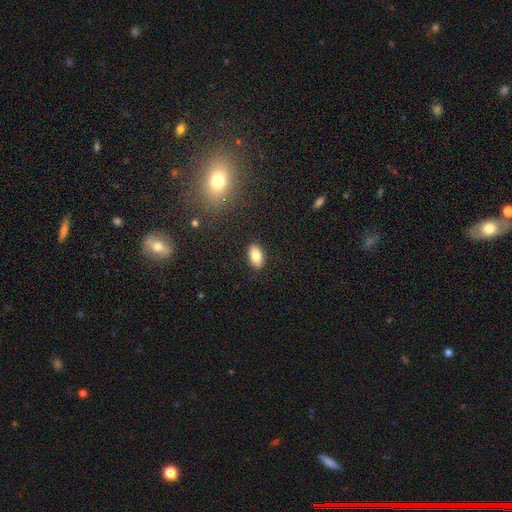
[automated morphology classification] type=smooth (81%); roundness=in between (92%); merging=none (89%).